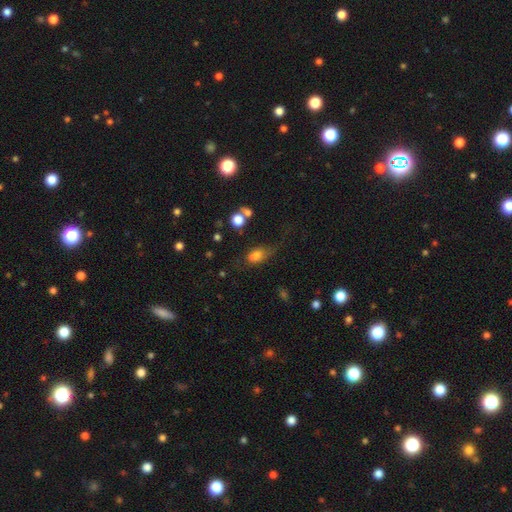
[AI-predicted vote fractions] smooth_or_featured: smooth (p=0.74) [alt: featured or disk p=0.14]
how_rounded: in between (p=0.82) [alt: round p=0.12]
merging: none (p=0.34) [alt: major disturbance p=0.31]